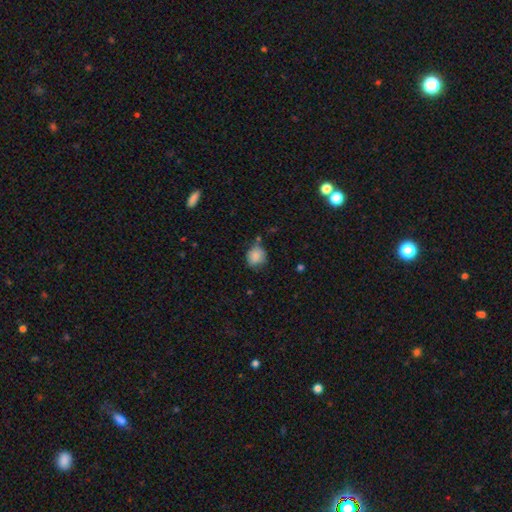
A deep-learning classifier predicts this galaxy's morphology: Smooth or featured?
  - smooth: 83% *
  - star or artifact: 9%
  - featured or disk: 8%
How rounded?
  - round: 72% *
  - in between: 27%
  - cigar-shaped: 1%
Merging?
  - none: 58% *
  - minor disturbance: 29%
  - merger: 7%
  - major disturbance: 7%